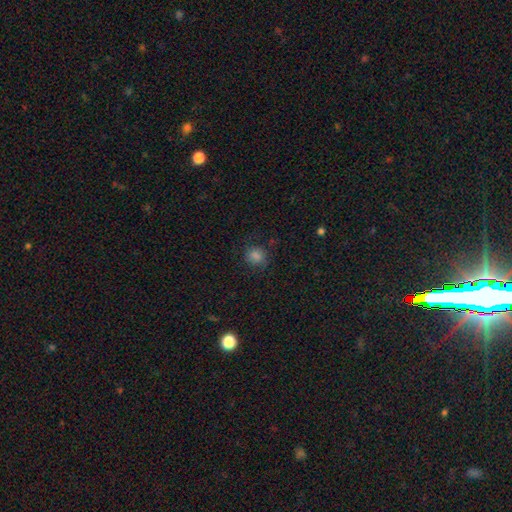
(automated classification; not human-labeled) Smooth or featured?
  - smooth: 77% *
  - star or artifact: 17%
  - featured or disk: 6%
How rounded?
  - round: 80% *
  - in between: 19%
  - cigar-shaped: 1%
Merging?
  - none: 80% *
  - minor disturbance: 14%
  - major disturbance: 5%
  - merger: 1%